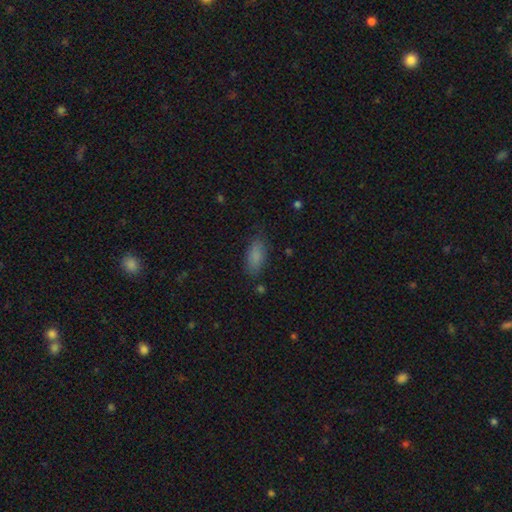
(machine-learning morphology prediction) This appears to be a smooth galaxy with no disk features (85%) that is in between round and cigar-shaped (87%). Merging: none (79%).